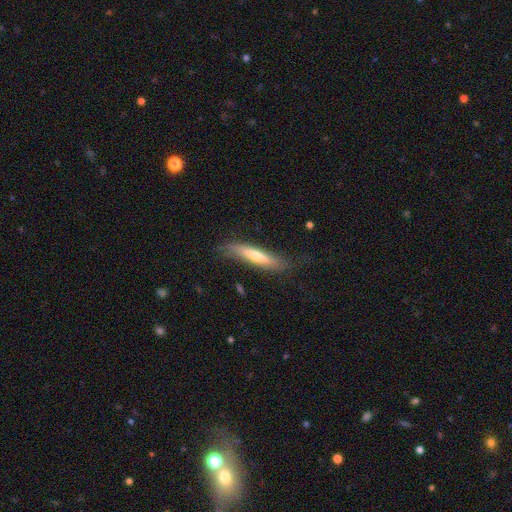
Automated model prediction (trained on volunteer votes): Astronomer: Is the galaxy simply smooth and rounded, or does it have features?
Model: smooth — 54% (runner-up: featured or disk, 39%).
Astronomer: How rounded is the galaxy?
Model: cigar-shaped — 87%.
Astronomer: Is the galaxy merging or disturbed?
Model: none — 74%.